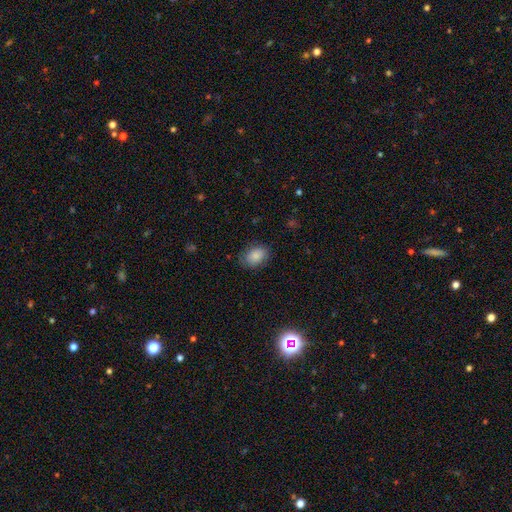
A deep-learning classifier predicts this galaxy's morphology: A smooth galaxy with no disk features (86%) that is in between round and cigar-shaped (78%). Merging: none (79%).